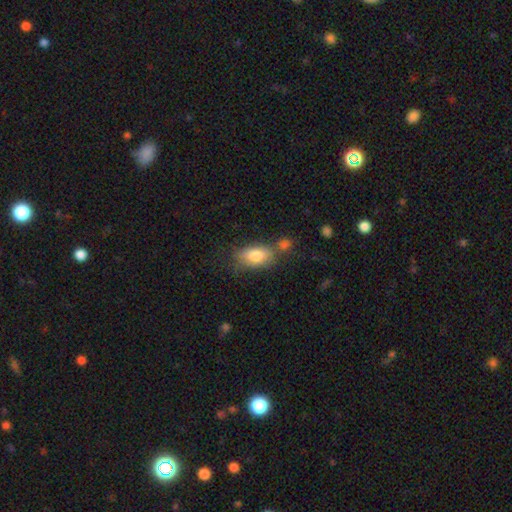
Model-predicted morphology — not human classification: The model was most divided on "merging": none: 55%, minor disturbance: 20%, merger: 18%, major disturbance: 7%. More confident: how rounded — in between (88%); smooth or featured — smooth (79%).